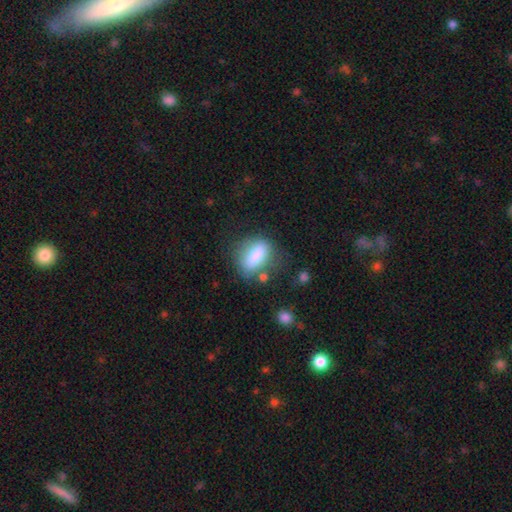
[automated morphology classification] Overall: smooth (77%). How rounded: in between (75%). Merging: none (63%).